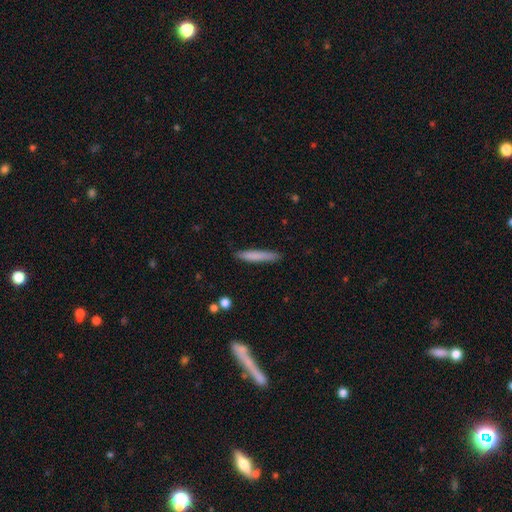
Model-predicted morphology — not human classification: This appears to be a smooth galaxy with no disk features (80%) that is cigar-shaped (93%). Merging: none (86%).